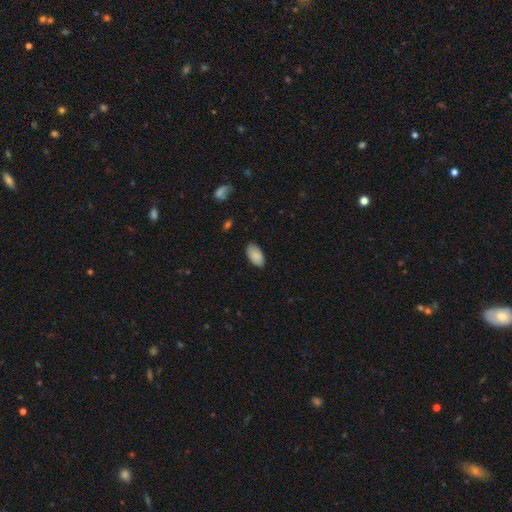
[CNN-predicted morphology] Smooth or featured: smooth — 87% (featured or disk — 7%)
How rounded: in between — 95% (round — 3%)
Merging: none — 84% (minor disturbance — 13%)